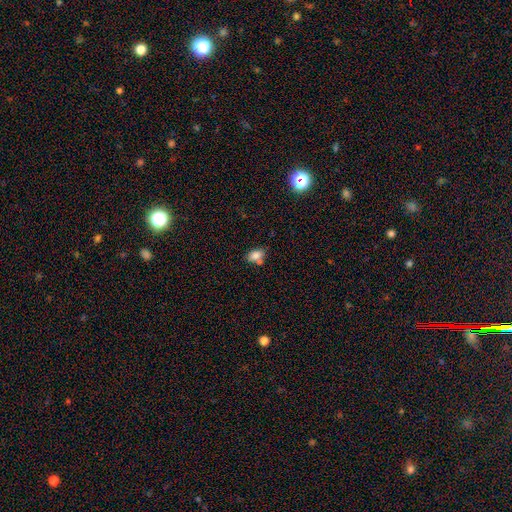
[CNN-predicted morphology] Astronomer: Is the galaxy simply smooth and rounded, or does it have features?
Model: smooth — 81%.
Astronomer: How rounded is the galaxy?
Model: in between — 82%.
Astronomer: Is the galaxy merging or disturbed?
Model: none — 56%.